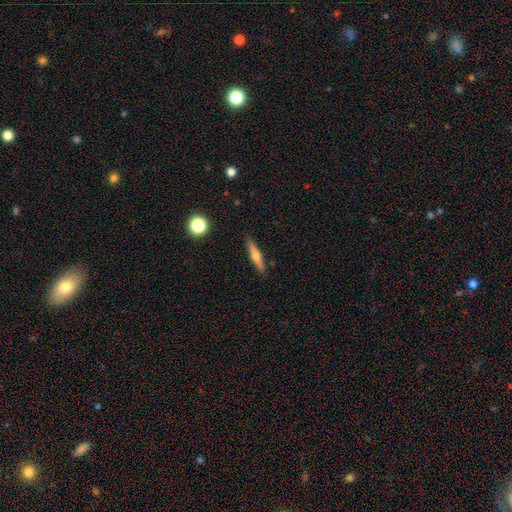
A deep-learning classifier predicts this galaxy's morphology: A featured or disk galaxy (48%).

Vote fractions:
- Smooth or featured? featured or disk: 48% / smooth: 45% / star or artifact: 7%
- Merging? none: 89% / minor disturbance: 8% / major disturbance: 2% / merger: 2%